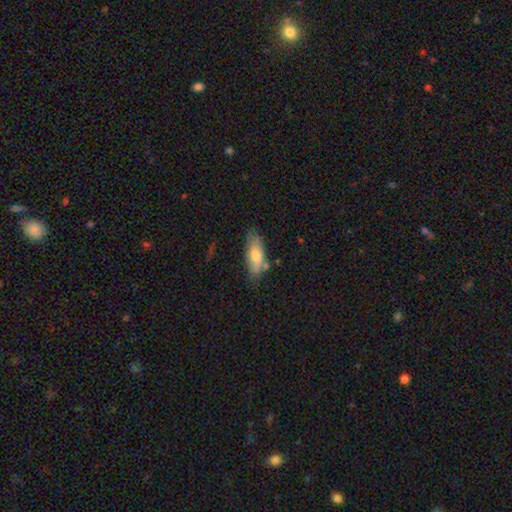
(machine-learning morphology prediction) Overall: smooth (71%). How rounded: in between (70%). Merging: none (65%).